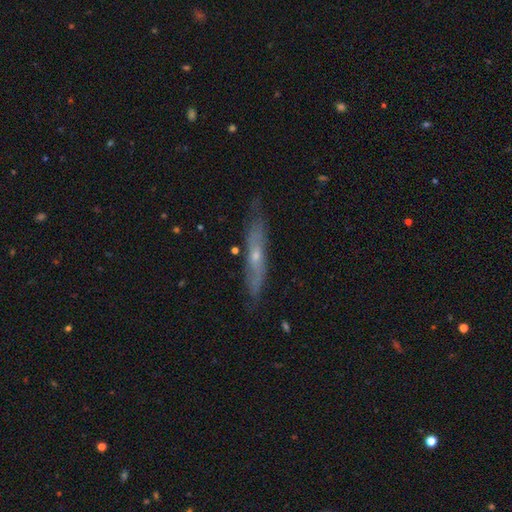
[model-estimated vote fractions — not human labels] Morphology: type=featured or disk (63%); edge-on=yes (71%); merging=none (77%).